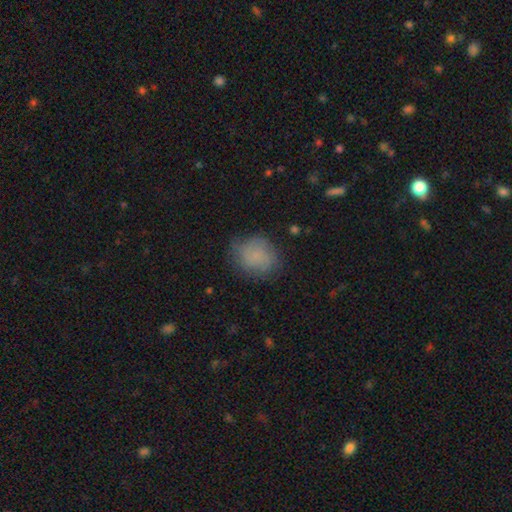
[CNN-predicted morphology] type=smooth (77%); roundness=round (68%); merging=none (71%).